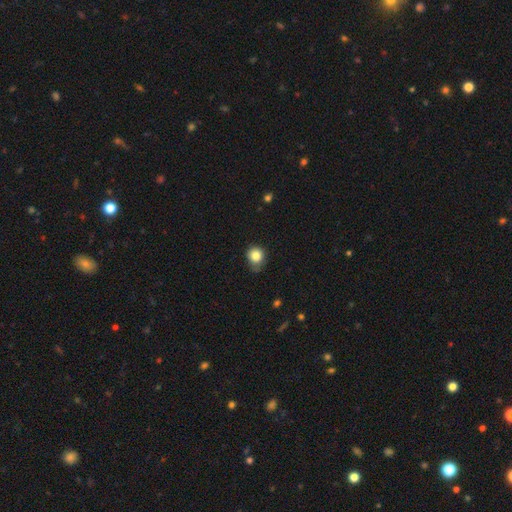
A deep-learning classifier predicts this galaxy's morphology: Smooth or featured? smooth (84%)
How rounded? round (83%)
Merging? none (63%)